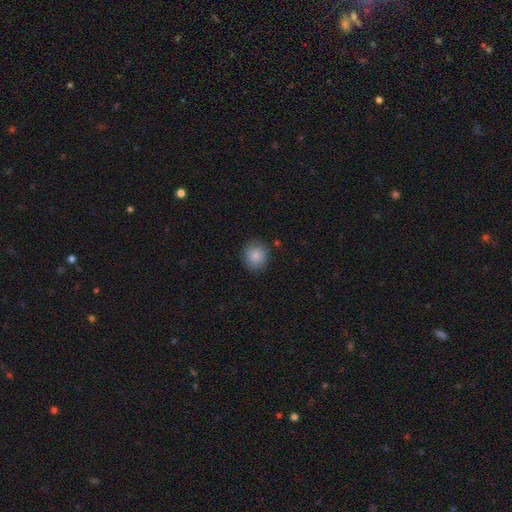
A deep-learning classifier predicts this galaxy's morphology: This appears to be a smooth galaxy with no disk features (86%) that is round (86%). Merging: none (85%).